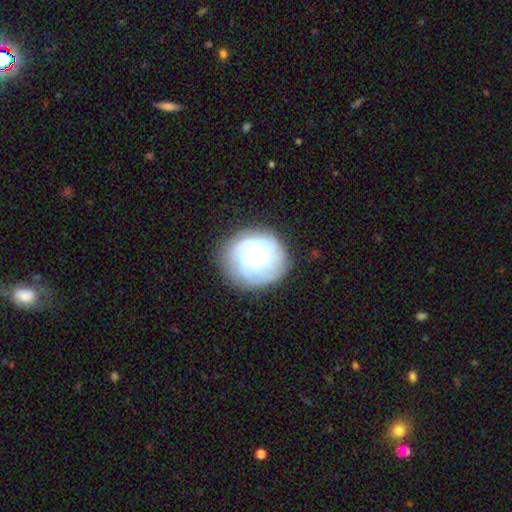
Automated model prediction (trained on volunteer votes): A featured or disk galaxy (64%) with no bar (85%), tight (75%) spiral arms (82%) and a small central bulge (66%). Merging: none (76%).